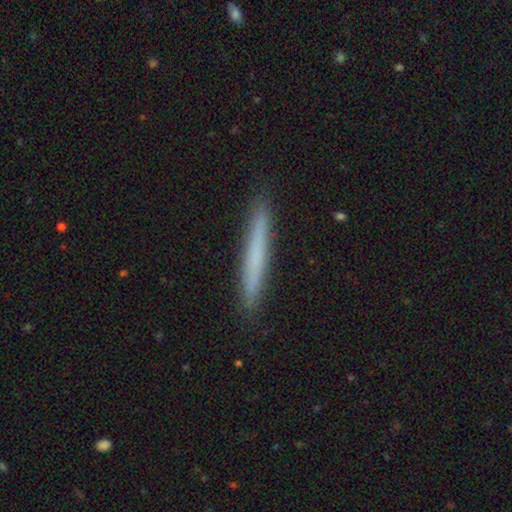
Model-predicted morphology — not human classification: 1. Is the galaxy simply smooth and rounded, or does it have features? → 64% smooth, 30% featured or disk, 7% star or artifact.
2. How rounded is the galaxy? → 97% cigar-shaped, 2% in between, 1% round.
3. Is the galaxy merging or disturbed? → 92% none, 6% minor disturbance, 1% major disturbance, 1% merger.